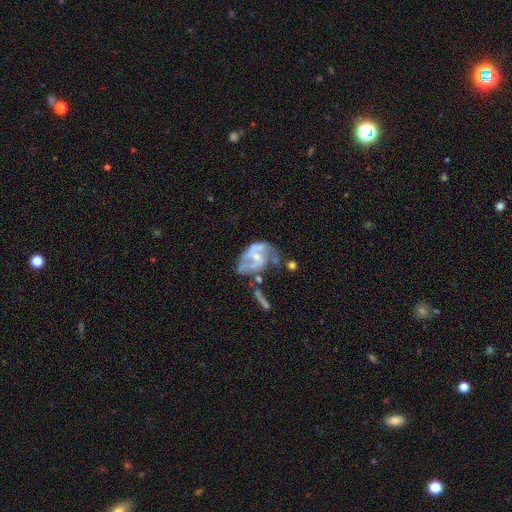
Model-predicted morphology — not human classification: Smooth or featured? Predicted: featured or disk (p=0.72). Edge-on disk? Predicted: no (p=0.97). Bar? Predicted: no (p=0.58). Spiral arms? Predicted: yes (p=0.65). Bulge size? Predicted: small (p=0.44). Merging? Predicted: major disturbance (p=0.31).